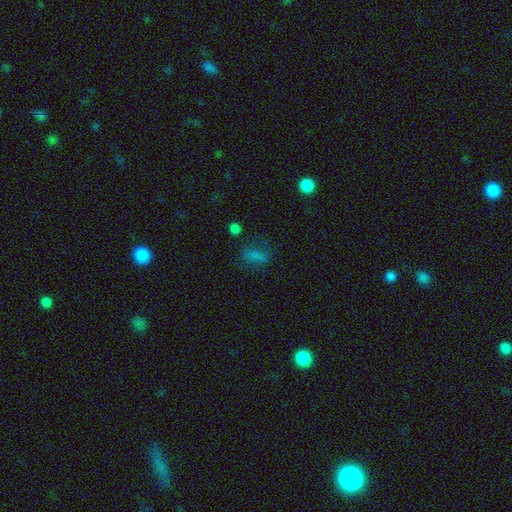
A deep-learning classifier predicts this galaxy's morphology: smooth_or_featured: smooth (p=0.66) [alt: star or artifact p=0.23]
how_rounded: in between (p=0.74) [alt: round p=0.17]
merging: none (p=0.59) [alt: minor disturbance p=0.22]